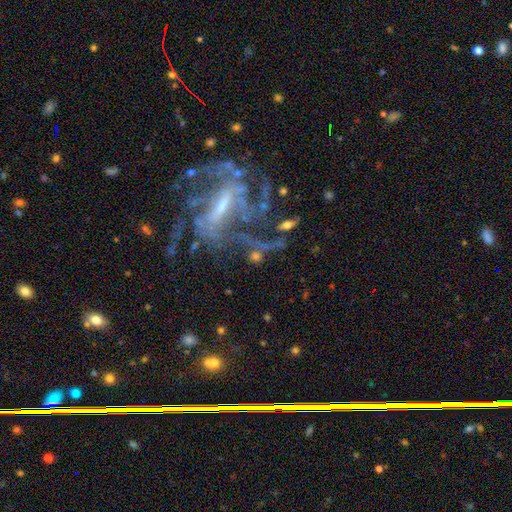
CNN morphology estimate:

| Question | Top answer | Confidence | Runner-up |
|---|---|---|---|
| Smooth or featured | featured or disk | 51% | smooth (29%) |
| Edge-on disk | no | 80% | yes (20%) |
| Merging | none | 54% | major disturbance (18%) |